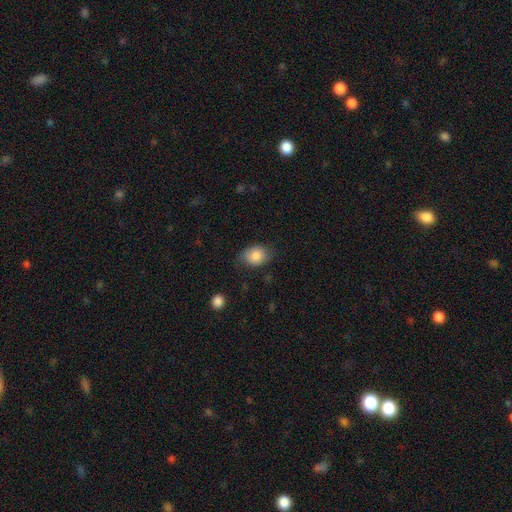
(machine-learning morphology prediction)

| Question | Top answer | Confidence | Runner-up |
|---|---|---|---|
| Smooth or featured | smooth | 83% | featured or disk (10%) |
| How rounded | in between | 67% | round (32%) |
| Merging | none | 71% | minor disturbance (22%) |